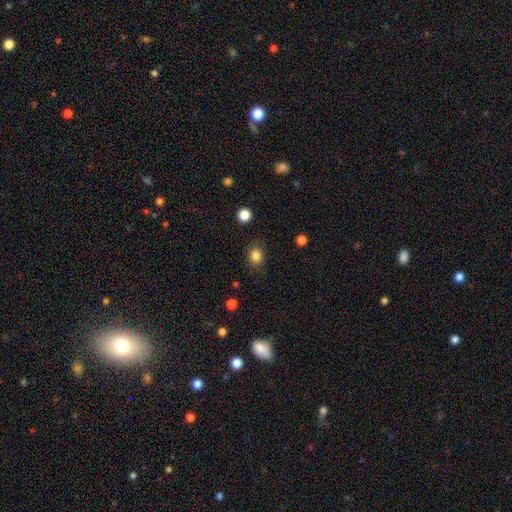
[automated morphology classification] Overall: smooth (84%). How rounded: round (73%). Merging: none (85%).